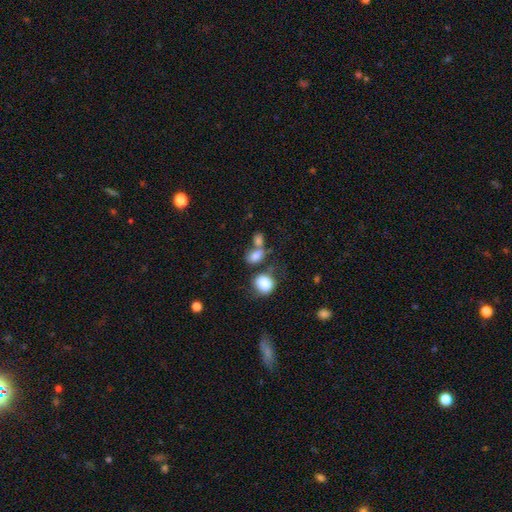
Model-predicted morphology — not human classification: A smooth galaxy with no disk features (79%) that is in between round and cigar-shaped (74%).

Vote fractions:
- Smooth or featured? smooth: 79% / star or artifact: 11% / featured or disk: 10%
- How rounded? in between: 74% / round: 24% / cigar-shaped: 3%
- Merging? merger: 43% / none: 37% / minor disturbance: 12% / major disturbance: 7%